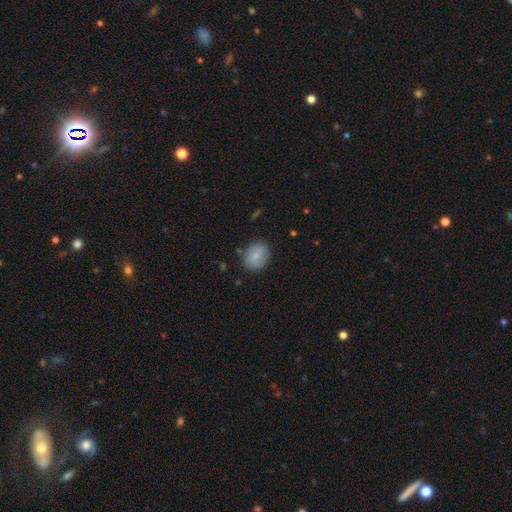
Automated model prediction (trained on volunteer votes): smooth 83%, featured or disk 9%, star or artifact 7%. Down the decision tree: how rounded — in between (53%); merging — none (83%).